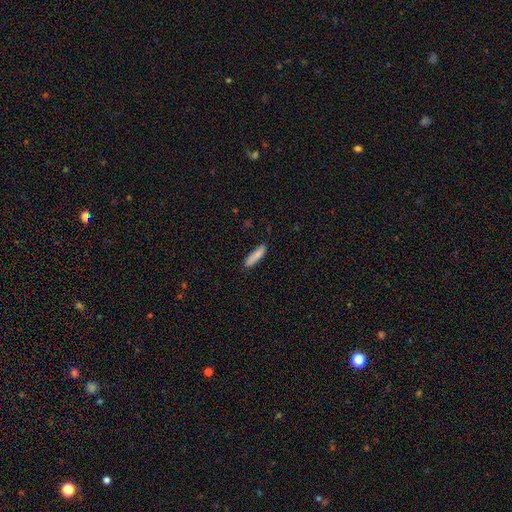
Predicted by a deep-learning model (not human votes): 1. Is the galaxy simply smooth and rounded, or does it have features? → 86% smooth, 8% featured or disk, 6% star or artifact.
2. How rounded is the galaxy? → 74% cigar-shaped, 25% in between, 1% round.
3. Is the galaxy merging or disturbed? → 86% none, 11% minor disturbance, 2% major disturbance, 1% merger.